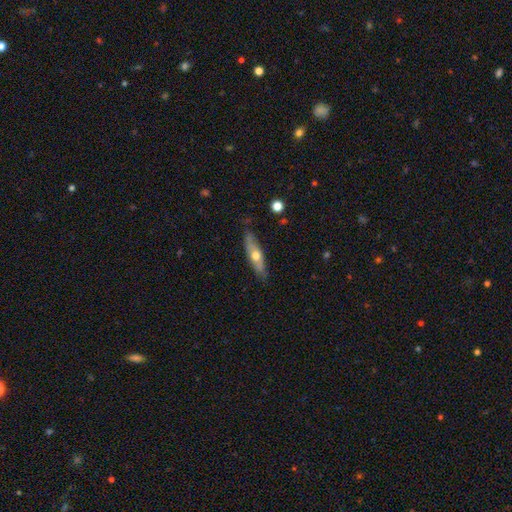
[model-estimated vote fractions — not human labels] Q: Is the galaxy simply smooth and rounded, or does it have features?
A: featured or disk — 47%, tied with smooth.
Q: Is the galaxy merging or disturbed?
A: none — 78%.